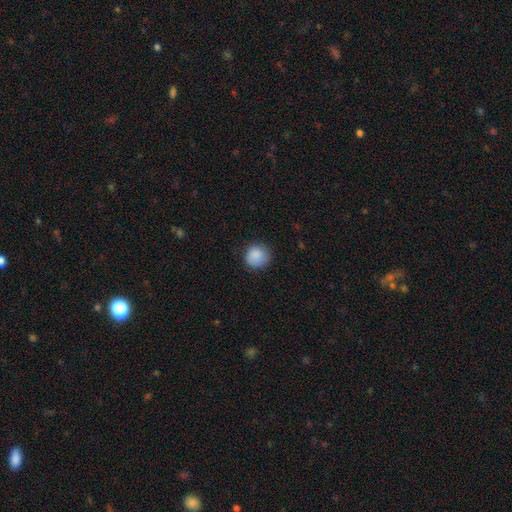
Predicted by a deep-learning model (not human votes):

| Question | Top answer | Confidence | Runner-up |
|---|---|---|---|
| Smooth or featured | smooth | 88% | star or artifact (8%) |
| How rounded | round | 91% | in between (8%) |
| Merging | none | 81% | minor disturbance (15%) |